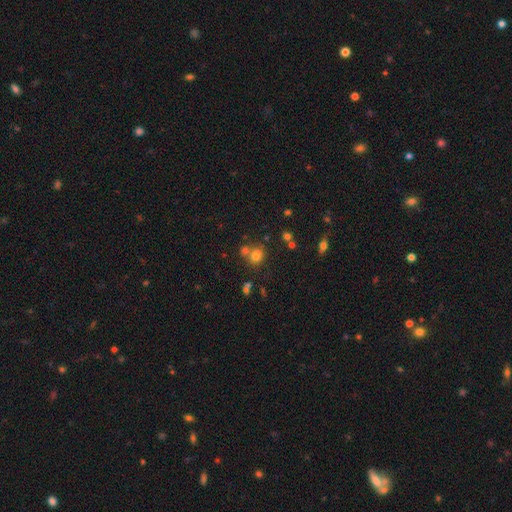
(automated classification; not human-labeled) This is likely a smooth galaxy (71%). How rounded: likely round (69%). Merging: possibly none (56%).